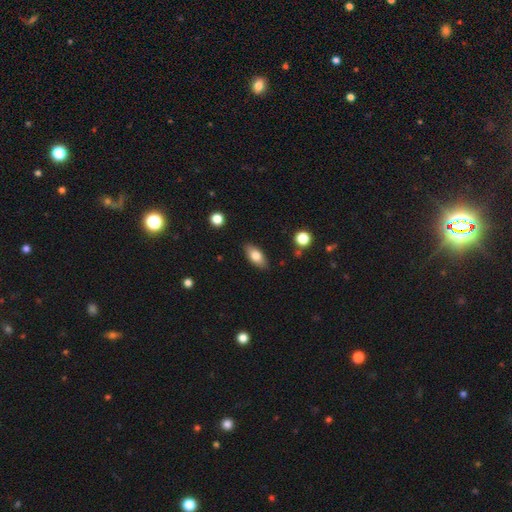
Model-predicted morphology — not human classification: type=smooth (76%); roundness=in between (86%); merging=none (86%).